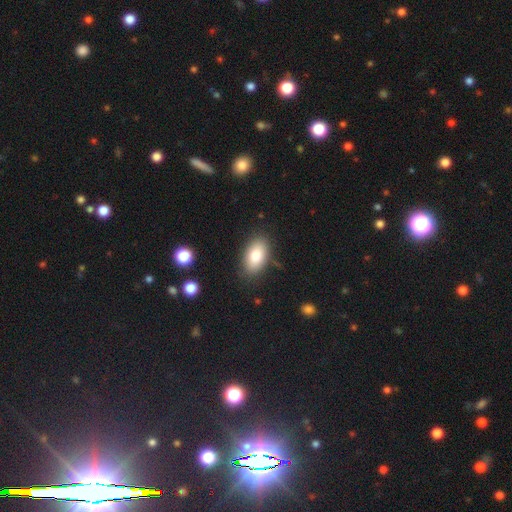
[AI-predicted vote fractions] A smooth galaxy with no disk features (81%) that is in between round and cigar-shaped (93%). Merging: none (83%).